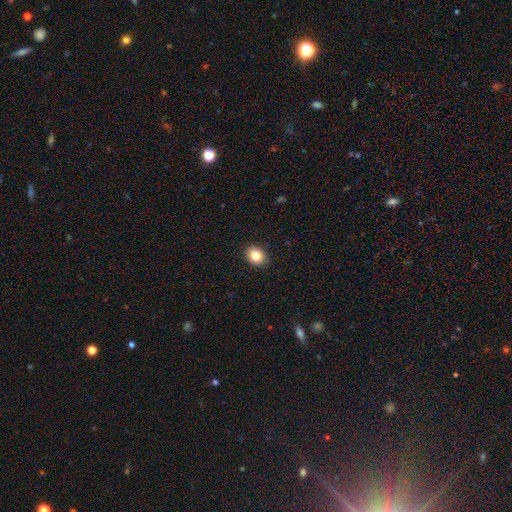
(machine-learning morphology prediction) Smooth or featured? Predicted: smooth (p=0.84). How rounded? Predicted: in between (p=0.54). Merging? Predicted: none (p=0.90).